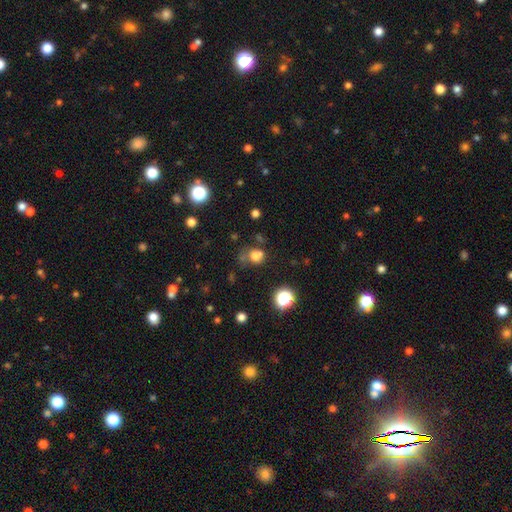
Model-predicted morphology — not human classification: Smooth or featured? Predicted: smooth (p=0.72). How rounded? Predicted: round (p=0.69). Merging? Predicted: none (p=0.45).